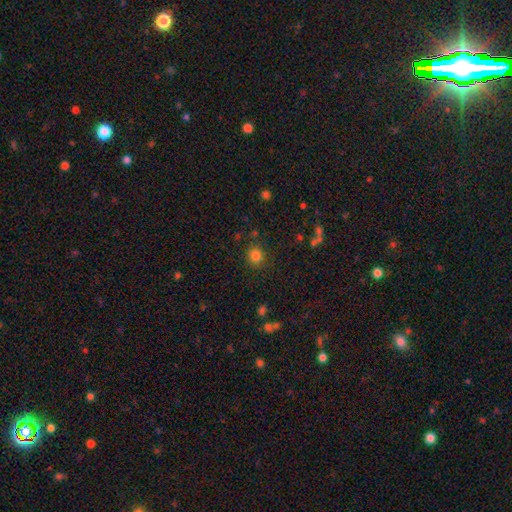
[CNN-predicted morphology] smooth-or-featured: smooth: 81% | star or artifact: 14% | featured or disk: 5%
  how-rounded: round: 88% | in between: 11% | cigar-shaped: 1%
  merging: none: 85% | minor disturbance: 9% | major disturbance: 4% | merger: 3%